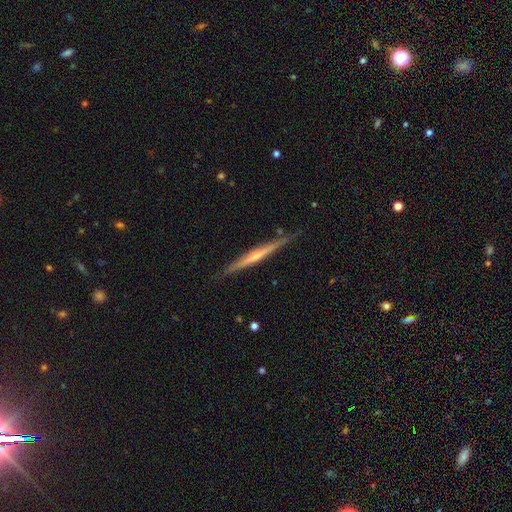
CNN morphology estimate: A featured or disk galaxy (69%) viewed edge-on (98%) with a rounded central bulge (47%). Merging: none (87%).